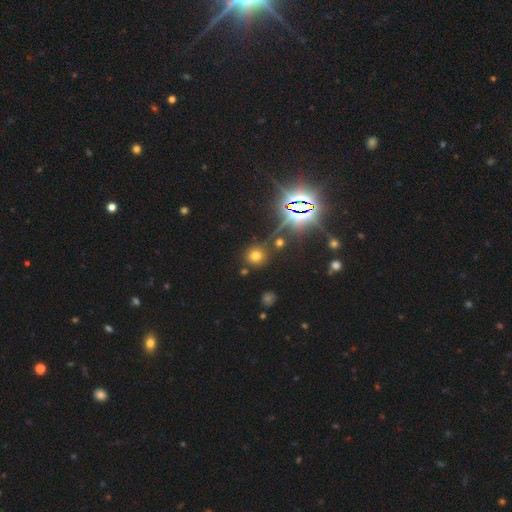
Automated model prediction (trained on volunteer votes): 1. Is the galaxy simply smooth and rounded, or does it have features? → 60% smooth, 32% star or artifact, 9% featured or disk.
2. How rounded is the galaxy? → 89% round, 9% in between, 1% cigar-shaped.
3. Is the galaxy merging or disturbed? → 80% none, 9% minor disturbance, 7% merger, 4% major disturbance.